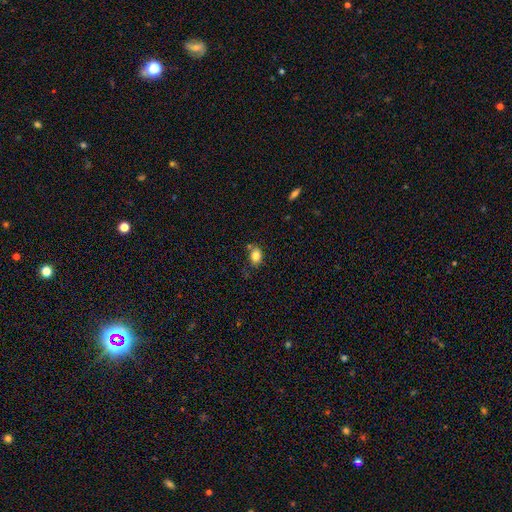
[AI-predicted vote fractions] The model was most divided on "how rounded": in between: 65%, round: 34%, cigar-shaped: 1%. More confident: smooth or featured — smooth (82%); merging — none (69%).